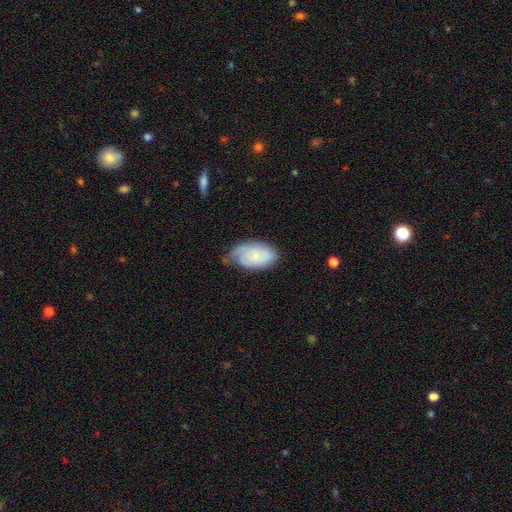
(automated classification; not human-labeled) Smooth or featured? Predicted: smooth (p=0.47). Merging? Predicted: none (p=0.48).